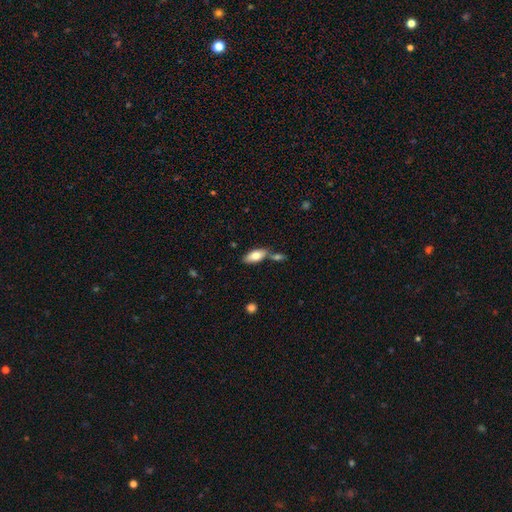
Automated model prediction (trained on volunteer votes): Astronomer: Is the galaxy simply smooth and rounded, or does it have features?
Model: smooth — 76%.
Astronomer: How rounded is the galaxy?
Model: in between — 84%.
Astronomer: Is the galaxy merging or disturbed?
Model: none — 62%.